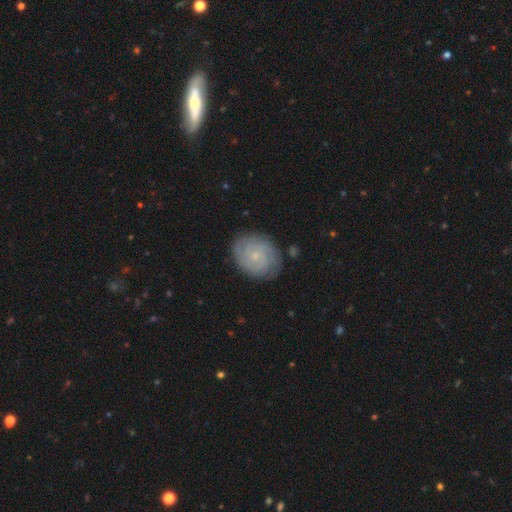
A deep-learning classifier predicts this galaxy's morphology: smooth-or-featured: featured or disk: 74% | smooth: 19% | star or artifact: 7%
  disk-edge-on: no: 98% | yes: 2%
    bar: no: 78% | weak: 19% | strong: 3%
    has-spiral-arms: yes: 94% | no: 6%
      spiral-winding: tight: 74% | medium: 21% | loose: 5%
      spiral-arm-count: can't tell: 29% | 2: 27% | 3: 19% | 4: 13% | more than 4: 6% | 1: 6%
    bulge-size: small: 83% | moderate: 13% | none: 3% | large: 1% | dominant: 1%
  merging: none: 82% | minor disturbance: 13% | major disturbance: 3% | merger: 1%